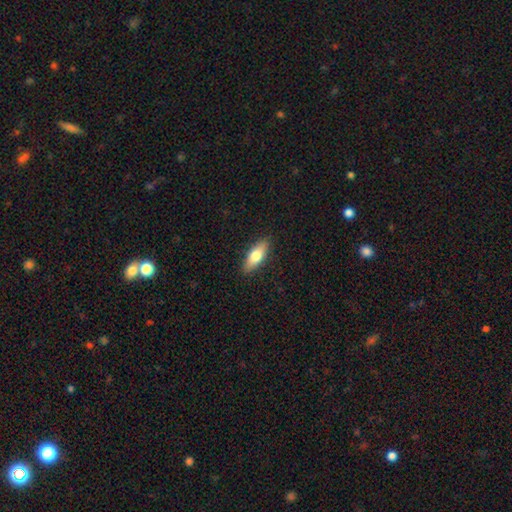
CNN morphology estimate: smooth_or_featured: smooth (p=0.71) [alt: featured or disk p=0.23]
how_rounded: in between (p=0.67) [alt: cigar-shaped p=0.31]
merging: none (p=0.89) [alt: minor disturbance p=0.09]